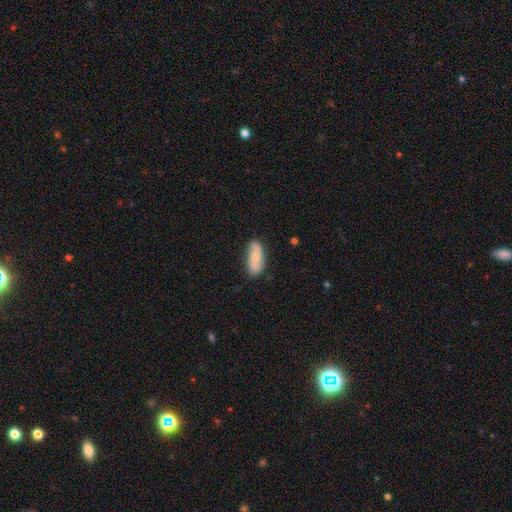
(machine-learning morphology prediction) smooth_or_featured: smooth (p=0.57) [alt: featured or disk p=0.37]
how_rounded: in between (p=0.82) [alt: cigar-shaped p=0.15]
merging: none (p=0.77) [alt: minor disturbance p=0.18]